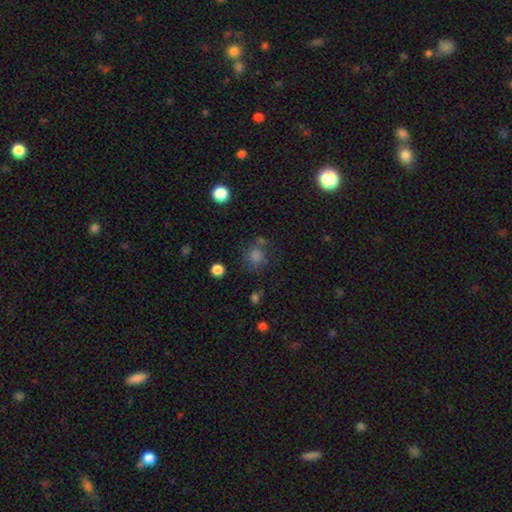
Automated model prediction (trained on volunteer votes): Q: Smooth or featured?
A: smooth (67%); runner-up: star or artifact (23%)
Q: How rounded?
A: round (85%); runner-up: in between (14%)
Q: Merging?
A: none (69%); runner-up: minor disturbance (15%)